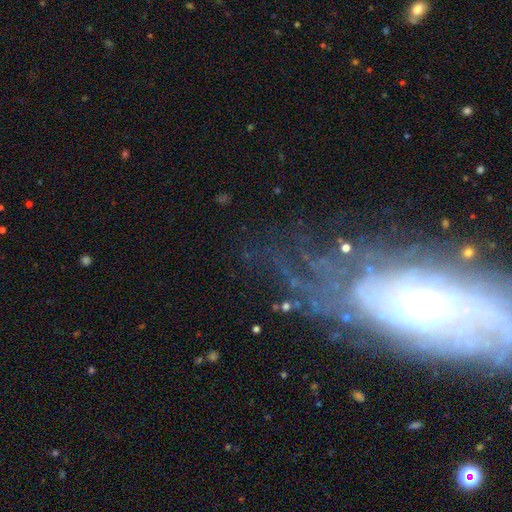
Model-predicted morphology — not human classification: This is likely a featured or disk galaxy (73%). It is clearly not viewed edge-on (91%). Bar: likely no (74%). Spiral arm pattern: clearly yes (83%). Spiral arm count: possibly can't tell (53%). Spiral winding: likely tight (71%). Central bulge: likely small (78%). Merging: possibly none (60%).